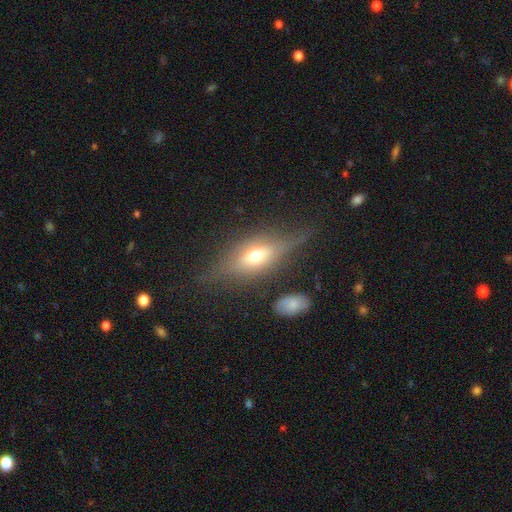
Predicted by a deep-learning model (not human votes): Smooth or featured? featured or disk (60%)
Edge-on disk? yes (88%)
Edge-on bulge? rounded (90%)
Merging? none (70%)